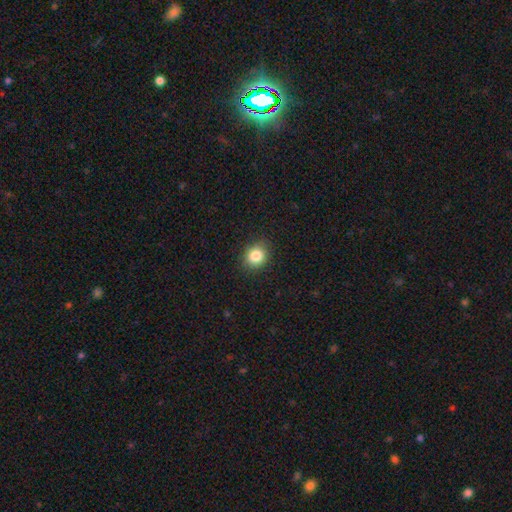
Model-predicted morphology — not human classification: The model was most divided on "how rounded": round: 71%, in between: 28%, cigar-shaped: 1%. More confident: merging — none (88%); smooth or featured — smooth (84%).